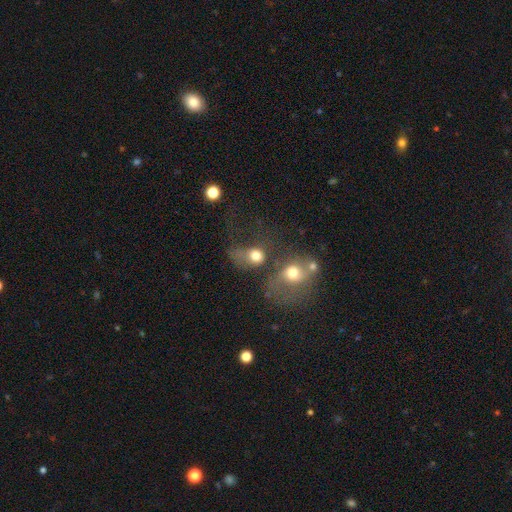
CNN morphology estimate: smooth-or-featured: smooth: 69% | featured or disk: 18% | star or artifact: 13%
  how-rounded: round: 57% | in between: 41% | cigar-shaped: 1%
  merging: merger: 41% | major disturbance: 27% | none: 20% | minor disturbance: 12%